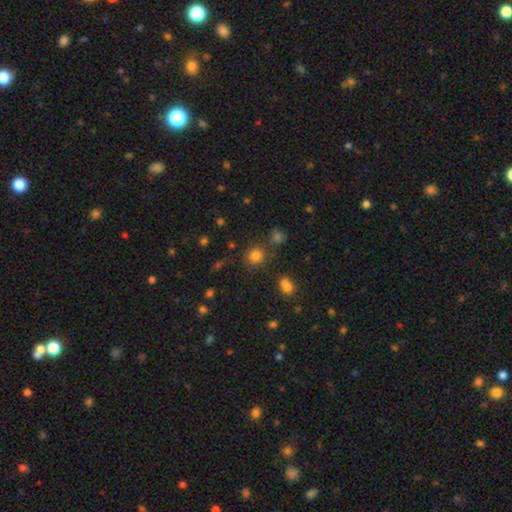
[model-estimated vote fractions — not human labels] Smooth or featured? Predicted: smooth (p=0.78). How rounded? Predicted: round (p=0.87). Merging? Predicted: none (p=0.78).